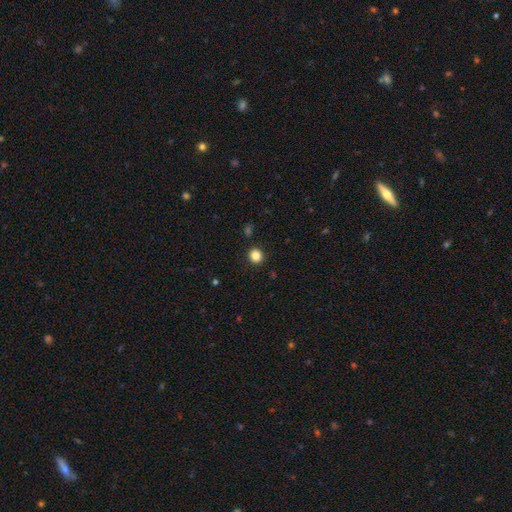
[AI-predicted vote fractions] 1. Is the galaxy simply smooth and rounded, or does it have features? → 84% smooth, 11% star or artifact, 4% featured or disk.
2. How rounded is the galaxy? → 89% round, 10% in between, 1% cigar-shaped.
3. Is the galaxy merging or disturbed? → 92% none, 5% minor disturbance, 2% major disturbance, 1% merger.